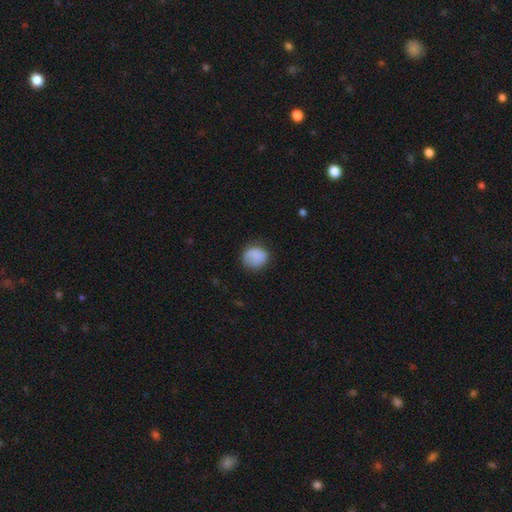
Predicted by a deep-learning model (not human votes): Overall: smooth (81%). How rounded: round (77%). Merging: none (68%).